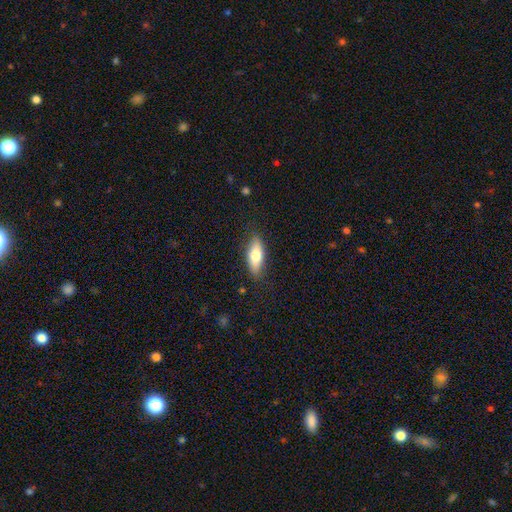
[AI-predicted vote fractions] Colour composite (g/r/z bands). It shows a smooth galaxy with no disk features (73%) that is in between round and cigar-shaped (69%). Merging: none (83%).